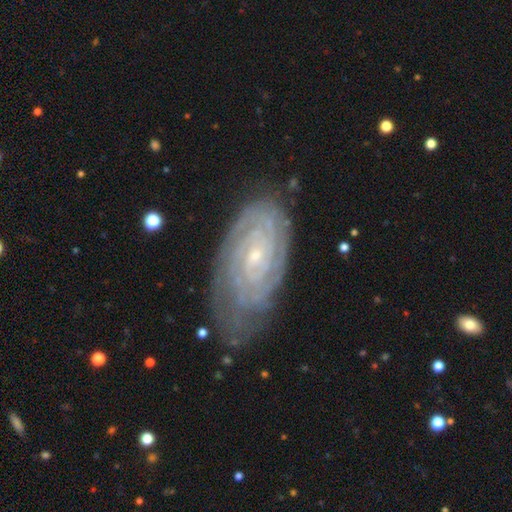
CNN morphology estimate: Smooth or featured? Predicted: featured or disk (p=0.87). Edge-on disk? Predicted: no (p=0.96). Bar? Predicted: no (p=0.65). Spiral arms? Predicted: yes (p=0.97). Spiral winding? Predicted: tight (p=0.84). Spiral arm count? Predicted: can't tell (p=0.29). Bulge size? Predicted: small (p=0.80). Merging? Predicted: none (p=0.72).